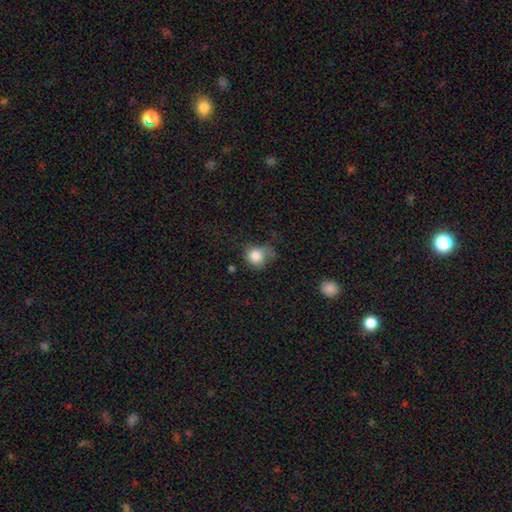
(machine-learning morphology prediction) A smooth galaxy with no disk features (82%) that is round (73%).

Vote fractions:
- Smooth or featured? smooth: 82% / star or artifact: 9% / featured or disk: 8%
- How rounded? round: 73% / in between: 26% / cigar-shaped: 1%
- Merging? none: 42% / minor disturbance: 34% / major disturbance: 20% / merger: 5%